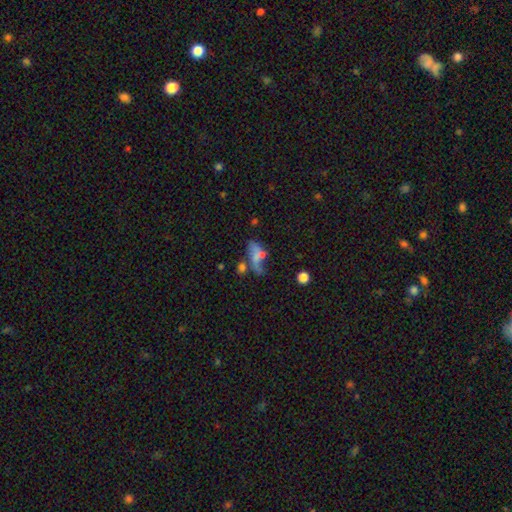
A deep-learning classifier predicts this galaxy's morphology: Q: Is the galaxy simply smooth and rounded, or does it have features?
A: smooth — 47%.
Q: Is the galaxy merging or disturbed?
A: major disturbance — 29%.